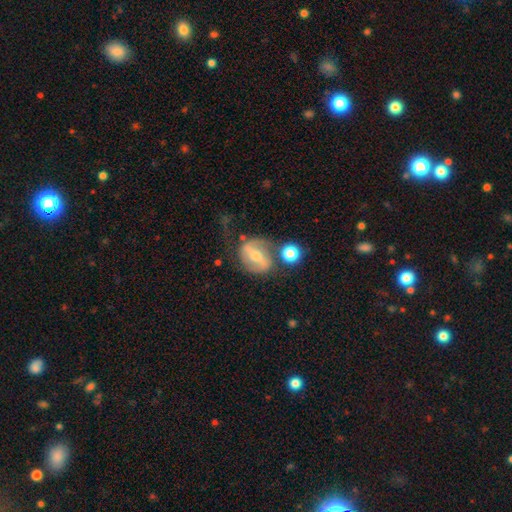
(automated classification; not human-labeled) Morphology: type=featured or disk (70%); edge-on=no (95%); bar=strong (55%); spiral arms=yes (79%); winding=medium (44%); arm count=2 (86%); bulge=moderate (62%); merging=none (57%).